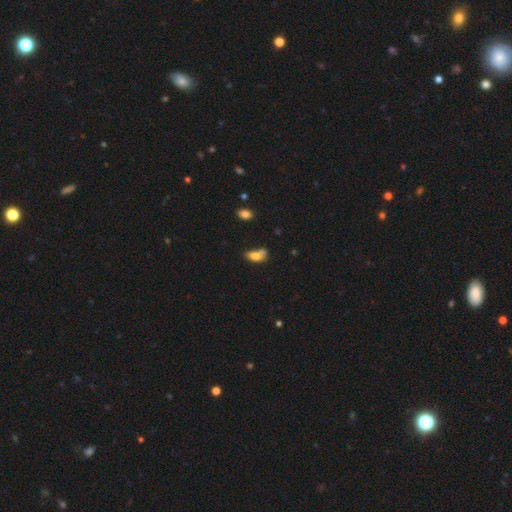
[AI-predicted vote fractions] Smooth or featured: smooth — 75% (featured or disk — 15%)
How rounded: in between — 84% (cigar-shaped — 8%)
Merging: none — 31% (minor disturbance — 27%)